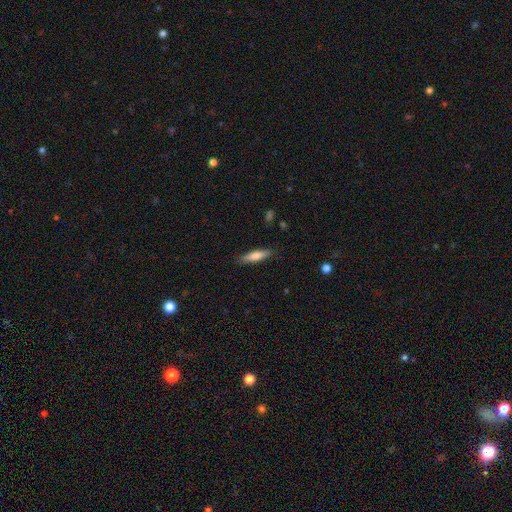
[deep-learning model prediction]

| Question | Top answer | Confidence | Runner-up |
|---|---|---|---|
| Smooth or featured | smooth | 70% | featured or disk (25%) |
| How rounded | cigar-shaped | 75% | in between (23%) |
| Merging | none | 86% | minor disturbance (10%) |